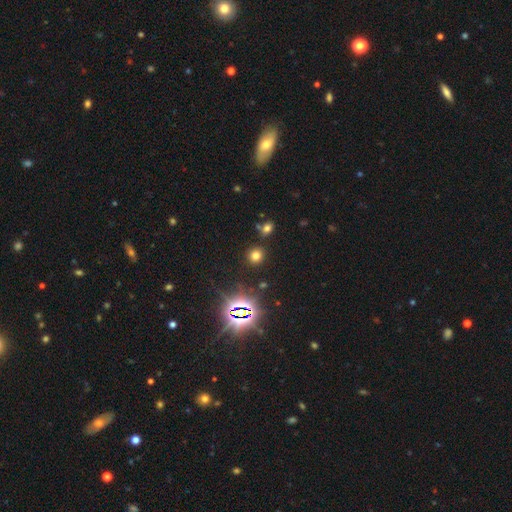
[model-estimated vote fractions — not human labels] Smooth or featured? Predicted: smooth (p=0.65). How rounded? Predicted: round (p=0.88). Merging? Predicted: none (p=0.85).